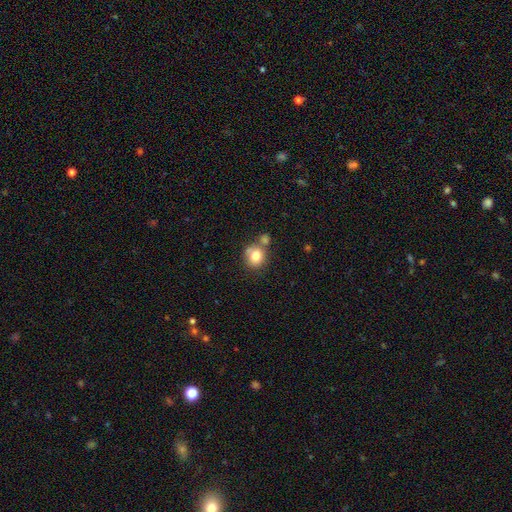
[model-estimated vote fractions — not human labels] This is likely a smooth galaxy (79%). How rounded: likely round (78%). Merging: possibly none (56%).